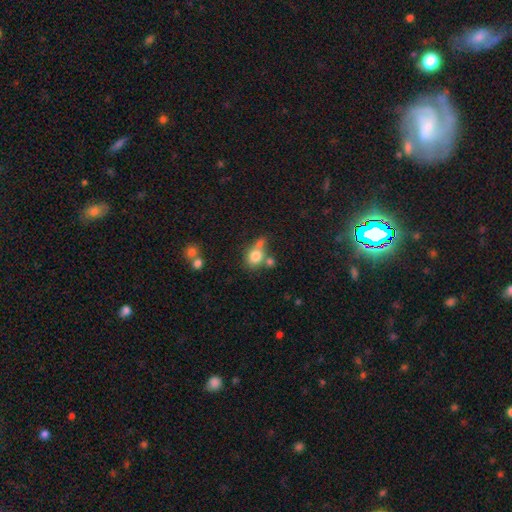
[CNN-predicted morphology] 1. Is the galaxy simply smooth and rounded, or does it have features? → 79% smooth, 11% featured or disk, 10% star or artifact.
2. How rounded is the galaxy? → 59% round, 39% in between, 2% cigar-shaped.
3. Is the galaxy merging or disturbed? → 44% none, 32% merger, 17% minor disturbance, 8% major disturbance.